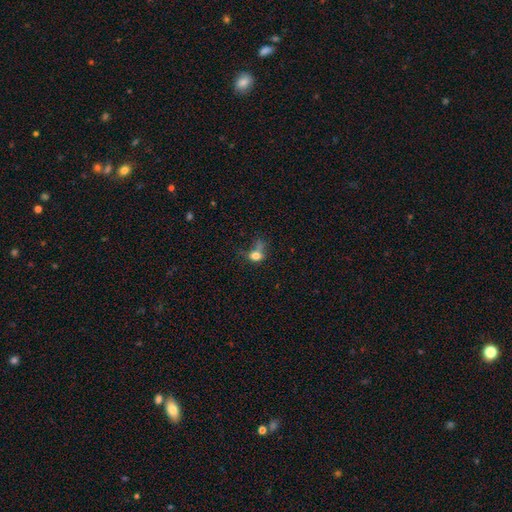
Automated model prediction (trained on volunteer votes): A smooth galaxy with no disk features (73%) that is in between round and cigar-shaped (53%).

Vote fractions:
- Smooth or featured? smooth: 73% / featured or disk: 14% / star or artifact: 13%
- How rounded? in between: 53% / round: 45% / cigar-shaped: 3%
- Merging? none: 30% / major disturbance: 28% / minor disturbance: 23% / merger: 18%